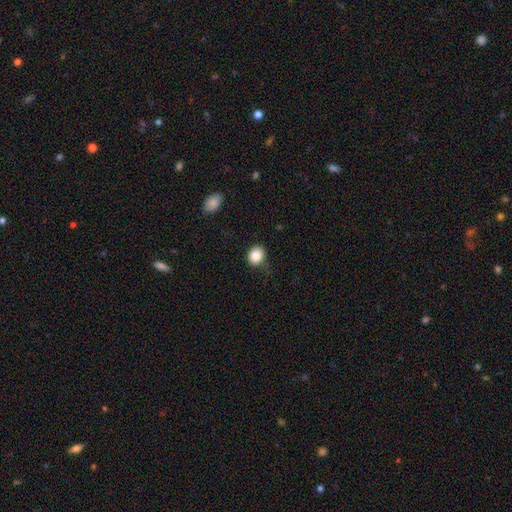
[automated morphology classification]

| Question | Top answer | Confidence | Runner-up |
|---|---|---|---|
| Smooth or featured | smooth | 86% | star or artifact (9%) |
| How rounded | round | 65% | in between (35%) |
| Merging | none | 77% | minor disturbance (17%) |